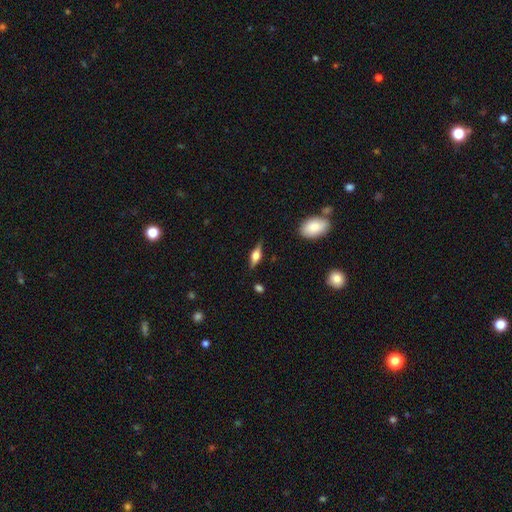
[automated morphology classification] The model was most divided on "smooth or featured": featured or disk: 55%, smooth: 38%, star or artifact: 7%. More confident: edge-on disk — yes (94%); edge-on bulge — rounded (89%); merging — none (83%).